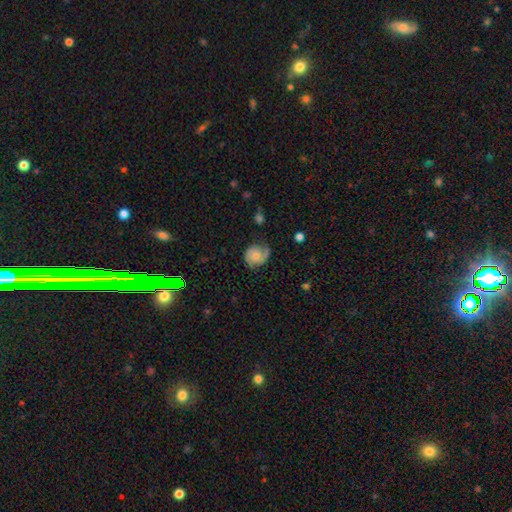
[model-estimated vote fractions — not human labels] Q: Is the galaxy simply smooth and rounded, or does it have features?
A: featured or disk — 59%.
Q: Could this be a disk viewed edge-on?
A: no — 97%.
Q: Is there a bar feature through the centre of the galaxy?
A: no — 77%.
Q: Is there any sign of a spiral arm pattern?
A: yes — 89%.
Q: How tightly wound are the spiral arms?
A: tight — 41%.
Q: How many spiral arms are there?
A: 2 — 56%.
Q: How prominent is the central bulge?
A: moderate — 47%.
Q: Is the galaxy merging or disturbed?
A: none — 59%.